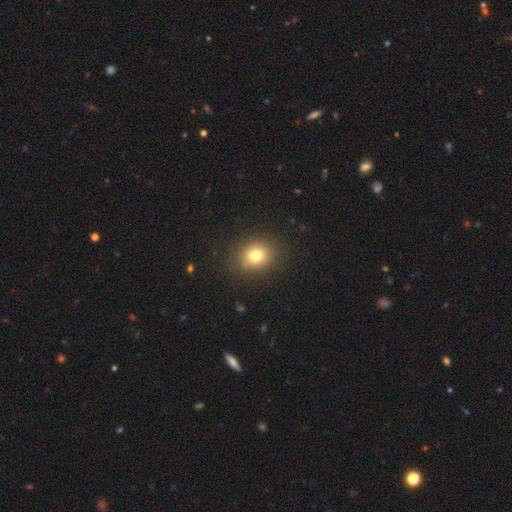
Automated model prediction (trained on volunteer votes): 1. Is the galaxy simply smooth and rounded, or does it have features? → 77% smooth, 14% star or artifact, 10% featured or disk.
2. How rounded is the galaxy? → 71% round, 28% in between, 1% cigar-shaped.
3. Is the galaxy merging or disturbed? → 86% none, 9% minor disturbance, 4% major disturbance, 1% merger.